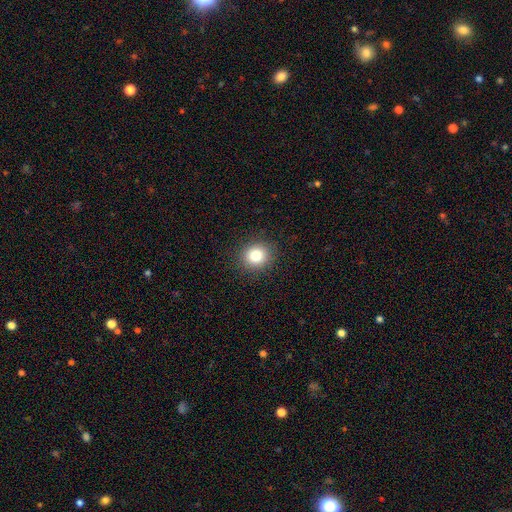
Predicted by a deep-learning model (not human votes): Q: Smooth or featured?
A: smooth (82%); runner-up: star or artifact (11%)
Q: How rounded?
A: round (82%); runner-up: in between (17%)
Q: Merging?
A: none (90%); runner-up: minor disturbance (7%)